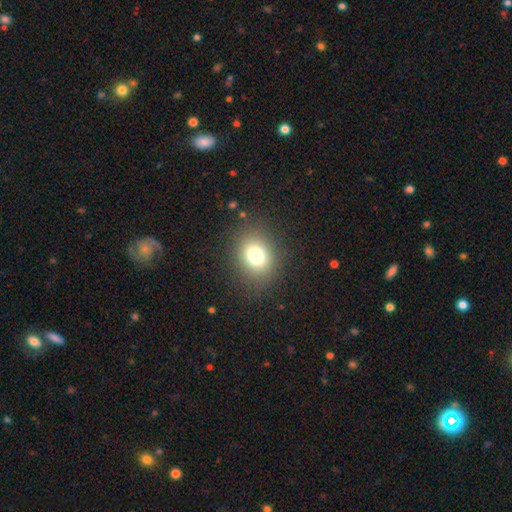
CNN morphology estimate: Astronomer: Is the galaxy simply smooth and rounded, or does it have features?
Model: smooth — 76%.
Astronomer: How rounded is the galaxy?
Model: round — 59% (runner-up: in between, 40%).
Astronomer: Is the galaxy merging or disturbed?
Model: none — 85%.